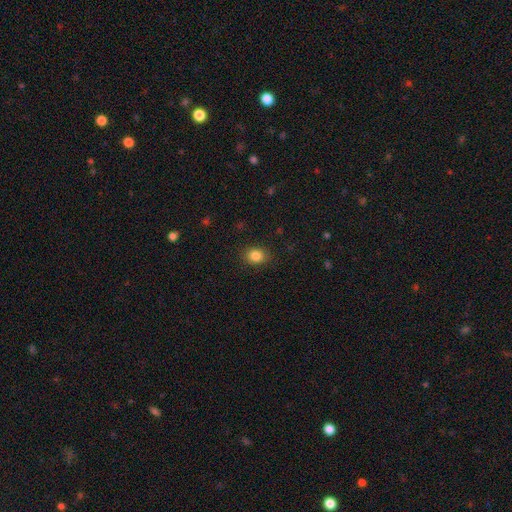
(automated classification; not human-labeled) This appears to be a smooth galaxy with no disk features (85%) that is round (57%). Merging: none (88%).